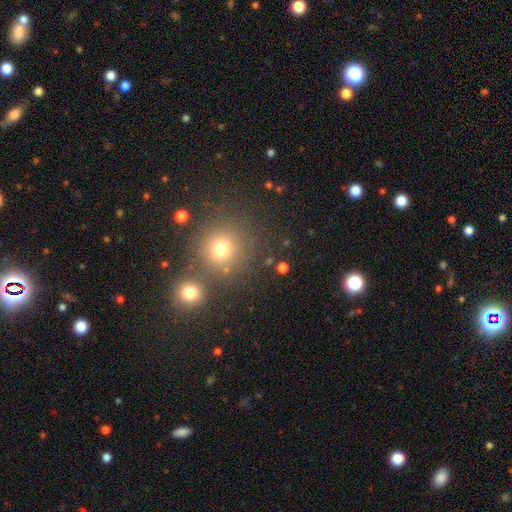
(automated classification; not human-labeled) Smooth or featured?
  - smooth: 51% *
  - star or artifact: 41%
  - featured or disk: 8%
How rounded?
  - round: 92% *
  - in between: 7%
  - cigar-shaped: 1%
Merging?
  - none: 78% *
  - merger: 11%
  - minor disturbance: 7%
  - major disturbance: 3%